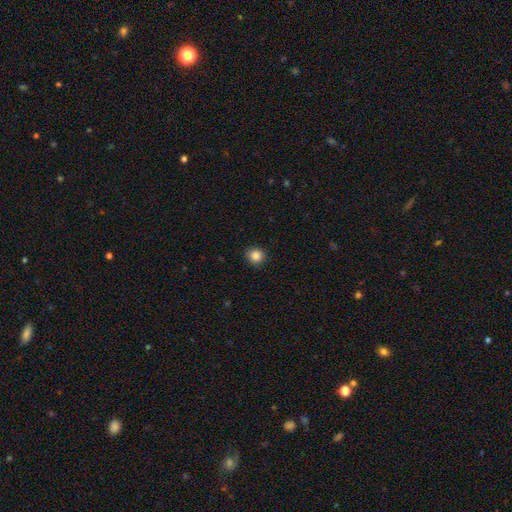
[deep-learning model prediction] A smooth galaxy with no disk features (86%) that is round (90%).

Vote fractions:
- Smooth or featured? smooth: 86% / star or artifact: 10% / featured or disk: 4%
- How rounded? round: 90% / in between: 9% / cigar-shaped: 1%
- Merging? none: 90% / minor disturbance: 7% / major disturbance: 2% / merger: 1%